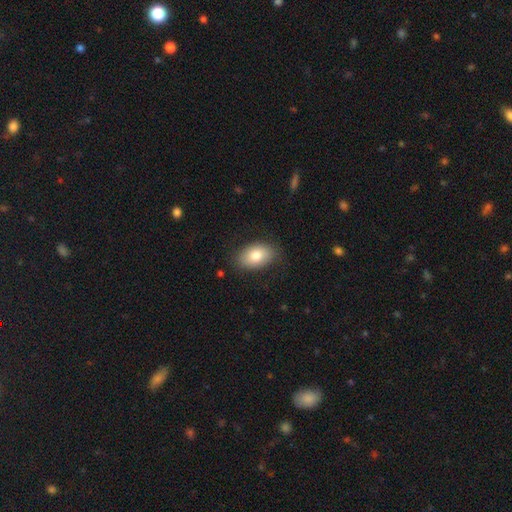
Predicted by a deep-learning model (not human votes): Q: Smooth or featured?
A: smooth (81%); runner-up: featured or disk (12%)
Q: How rounded?
A: in between (89%); runner-up: round (10%)
Q: Merging?
A: none (82%); runner-up: minor disturbance (13%)